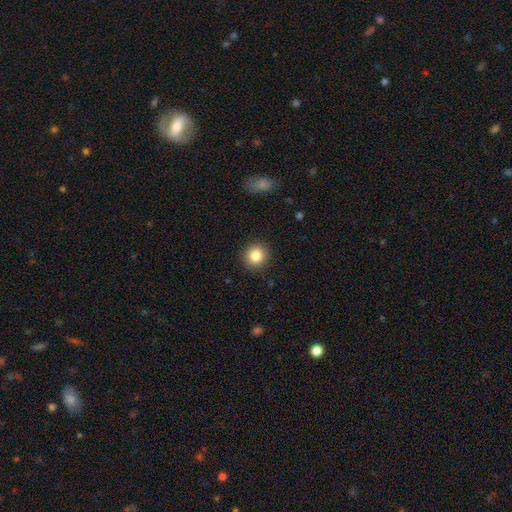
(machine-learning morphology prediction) A smooth galaxy with no disk features (84%) that is round (92%). Merging: none (91%).